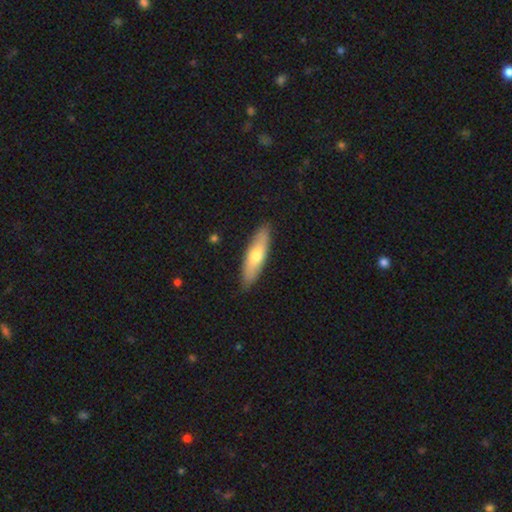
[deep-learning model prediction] A smooth galaxy with no disk features (62%) that is cigar-shaped (64%). Merging: none (88%).